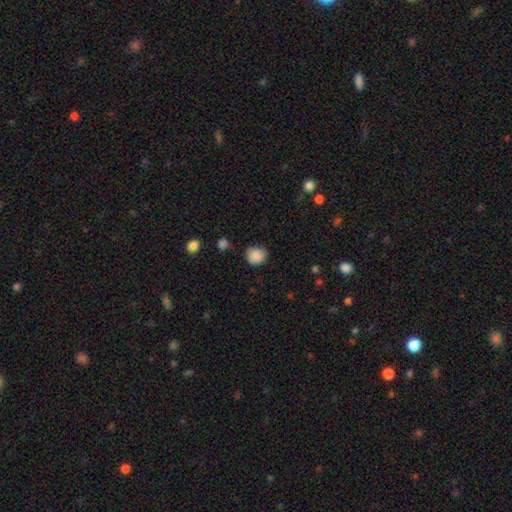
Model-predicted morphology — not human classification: Smooth or featured: smooth — 87% (star or artifact — 9%)
How rounded: round — 88% (in between — 11%)
Merging: none — 80% (minor disturbance — 14%)